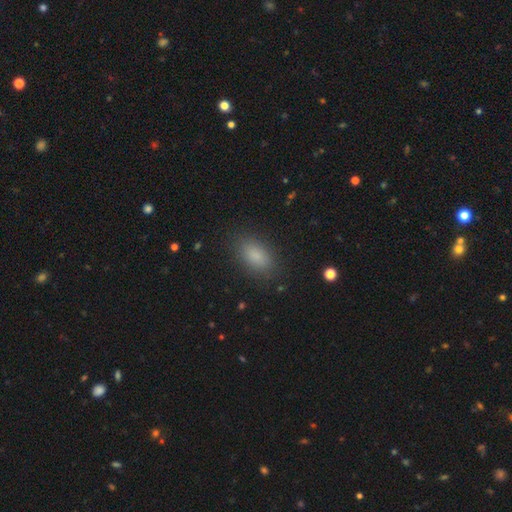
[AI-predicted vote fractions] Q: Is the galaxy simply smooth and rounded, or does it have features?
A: smooth — 84%.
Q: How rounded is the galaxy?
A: in between — 89%.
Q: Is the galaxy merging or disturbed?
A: none — 86%.